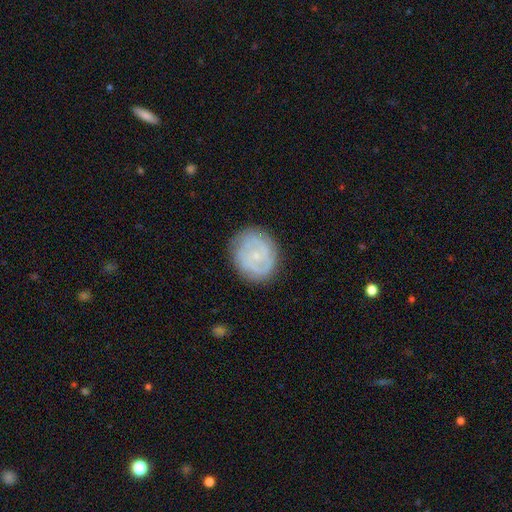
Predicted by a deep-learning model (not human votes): Morphology: type=featured or disk (71%); edge-on=no (98%); bar=no (72%); spiral arms=yes (86%); winding=tight (60%); arm count=2 (43%); bulge=small (82%); merging=none (81%).